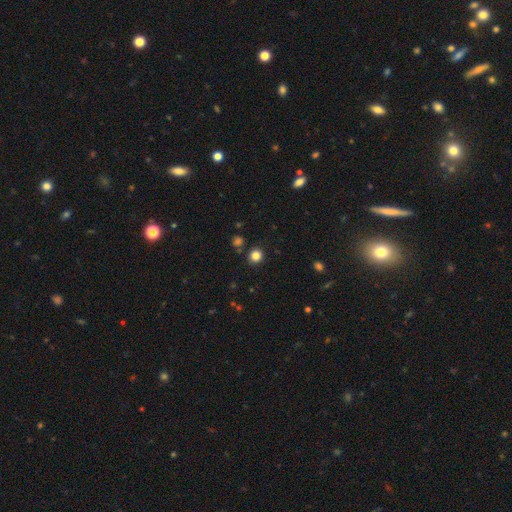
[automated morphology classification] Smooth or featured? smooth (83%)
How rounded? round (90%)
Merging? none (88%)